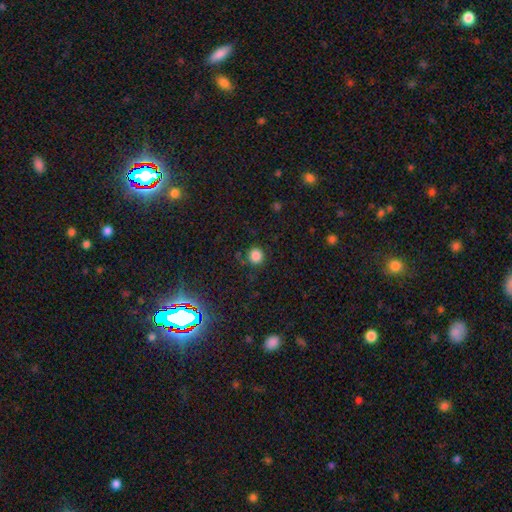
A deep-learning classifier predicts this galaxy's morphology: Smooth or featured? smooth (83%)
How rounded? round (92%)
Merging? none (85%)